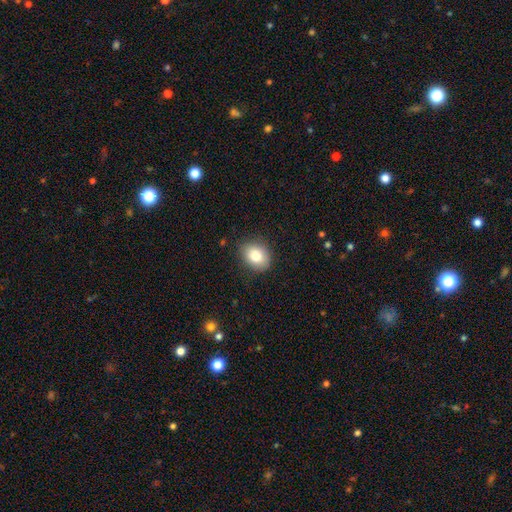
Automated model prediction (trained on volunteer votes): smooth_or_featured: smooth (p=0.81) [alt: featured or disk p=0.10]
how_rounded: in between (p=0.58) [alt: round p=0.41]
merging: none (p=0.85) [alt: minor disturbance p=0.12]